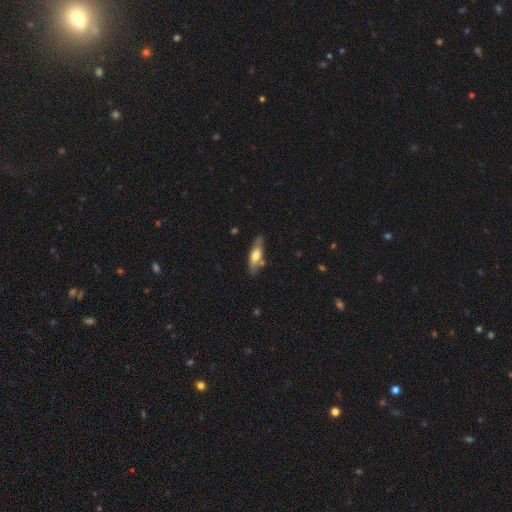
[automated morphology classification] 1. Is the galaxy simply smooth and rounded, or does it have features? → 56% smooth, 38% featured or disk, 6% star or artifact.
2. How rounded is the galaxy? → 49% in between (tied), 49% cigar-shaped (tied), 2% round.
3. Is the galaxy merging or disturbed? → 75% none, 17% minor disturbance, 4% merger, 4% major disturbance.